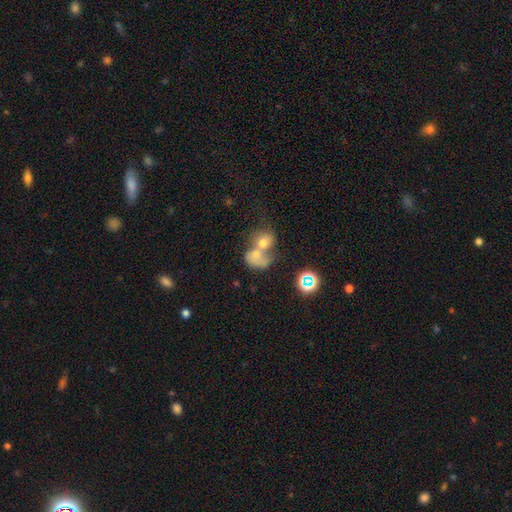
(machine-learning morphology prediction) A smooth galaxy with no disk features (62%) that is round (52%).

Vote fractions:
- Smooth or featured? smooth: 62% / featured or disk: 24% / star or artifact: 15%
- How rounded? round: 52% / in between: 47% / cigar-shaped: 1%
- Merging? merger: 76% / none: 13% / major disturbance: 6% / minor disturbance: 5%